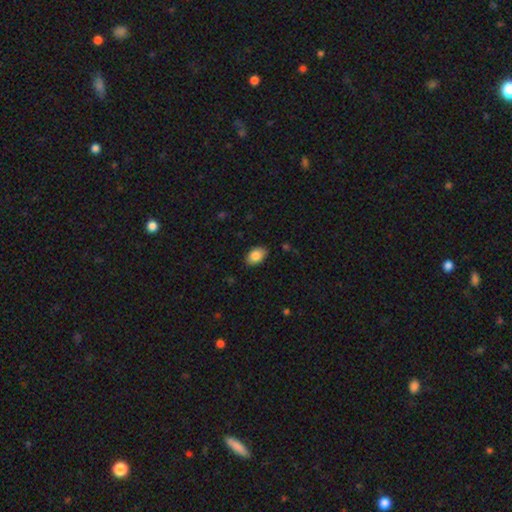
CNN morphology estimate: Smooth or featured?
  - smooth: 85% *
  - featured or disk: 7%
  - star or artifact: 7%
How rounded?
  - in between: 90% *
  - round: 9%
  - cigar-shaped: 1%
Merging?
  - none: 86% *
  - minor disturbance: 11%
  - major disturbance: 2%
  - merger: 1%